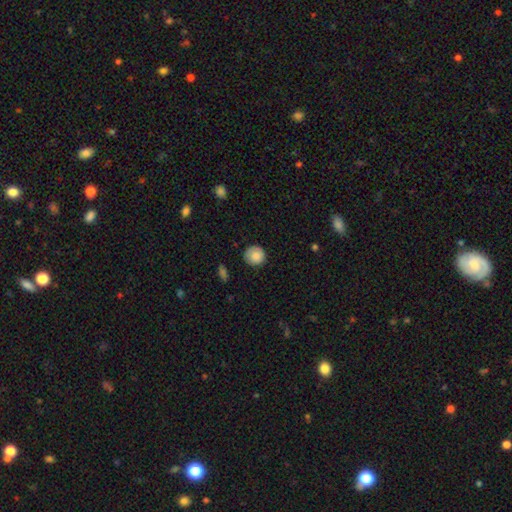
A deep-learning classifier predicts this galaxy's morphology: A smooth galaxy with no disk features (85%) that is round (92%). Merging: none (83%).